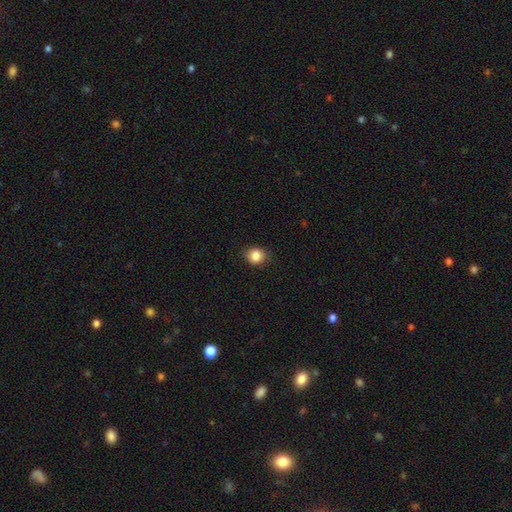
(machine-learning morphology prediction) smooth_or_featured: smooth (p=0.85) [alt: star or artifact p=0.10]
how_rounded: round (p=0.77) [alt: in between p=0.22]
merging: none (p=0.85) [alt: minor disturbance p=0.12]